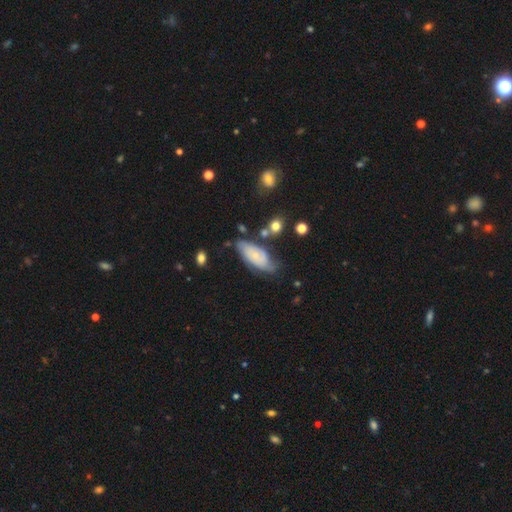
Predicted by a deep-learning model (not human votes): Q: Smooth or featured?
A: featured or disk (48%); runner-up: smooth (45%)
Q: Merging?
A: none (55%); runner-up: minor disturbance (30%)